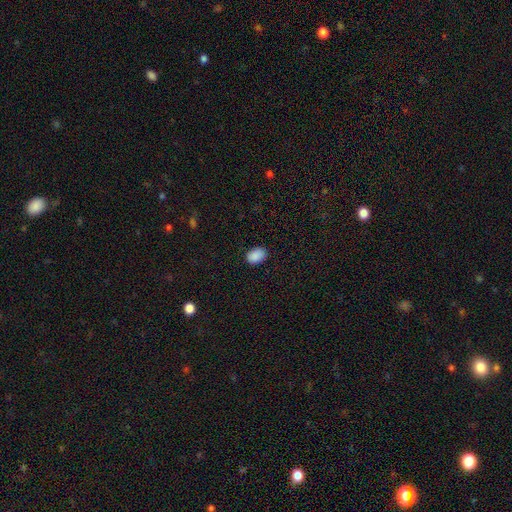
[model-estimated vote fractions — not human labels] Smooth or featured? Predicted: smooth (p=0.89). How rounded? Predicted: in between (p=0.81). Merging? Predicted: none (p=0.87).